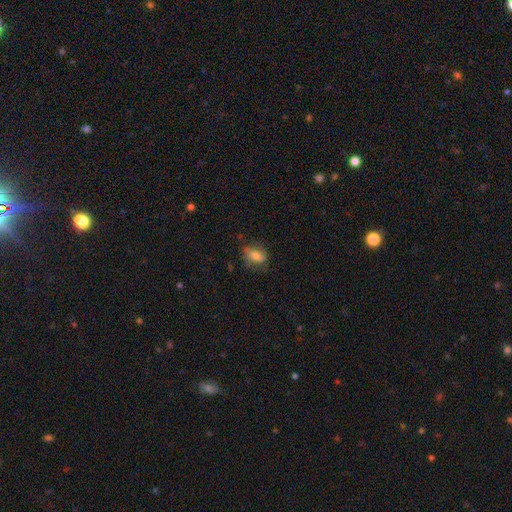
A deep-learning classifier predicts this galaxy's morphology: Smooth or featured? smooth (70%)
How rounded? in between (81%)
Merging? none (65%)